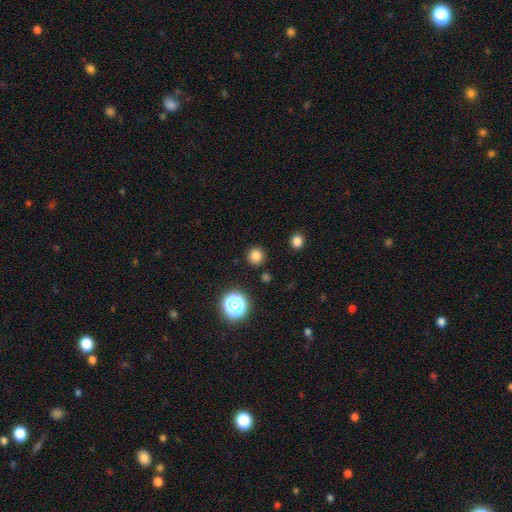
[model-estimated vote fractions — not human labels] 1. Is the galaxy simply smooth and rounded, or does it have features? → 80% smooth, 15% star or artifact, 4% featured or disk.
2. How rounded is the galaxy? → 93% round, 6% in between, 1% cigar-shaped.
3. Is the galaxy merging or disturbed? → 90% none, 6% minor disturbance, 2% major disturbance, 2% merger.